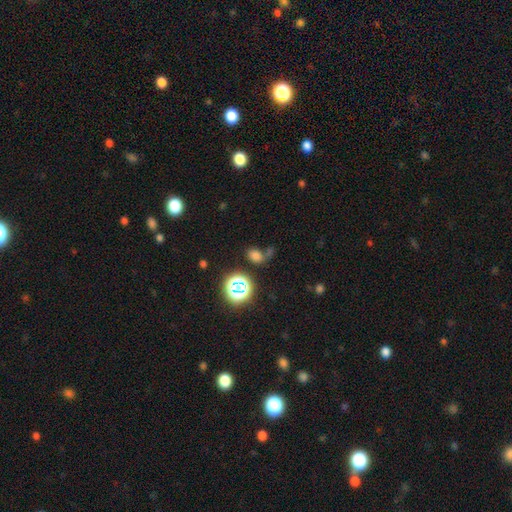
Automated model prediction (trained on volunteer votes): This appears to be a smooth galaxy with no disk features (68%) that is in between round and cigar-shaped (64%). Merging: none (57%).